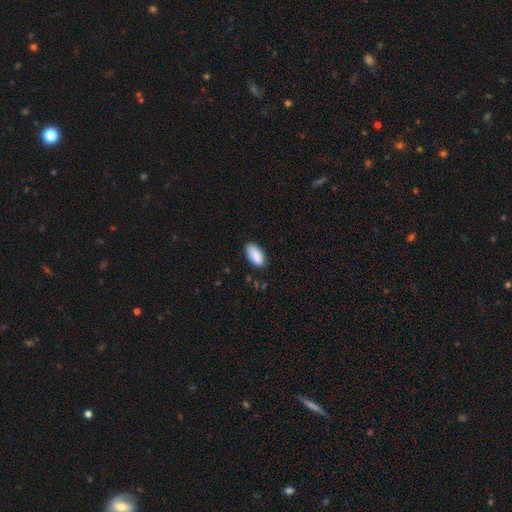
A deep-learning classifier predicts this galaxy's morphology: The model was most divided on "merging": none: 78%, minor disturbance: 17%, major disturbance: 3%, merger: 2%. More confident: how rounded — in between (88%); smooth or featured — smooth (87%).